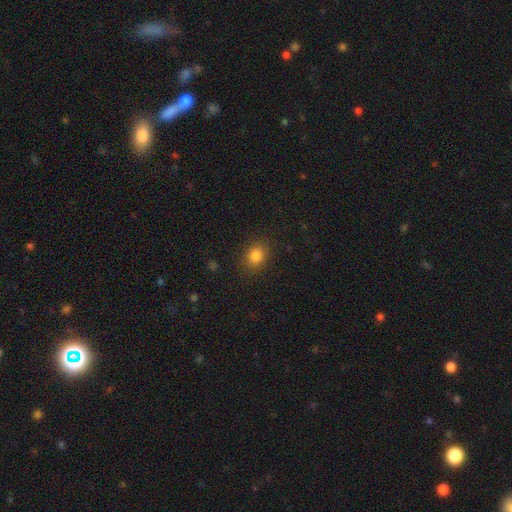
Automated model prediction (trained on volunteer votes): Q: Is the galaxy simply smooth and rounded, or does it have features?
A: smooth — 83%.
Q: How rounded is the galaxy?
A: round — 57%.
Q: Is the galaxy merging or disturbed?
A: none — 86%.